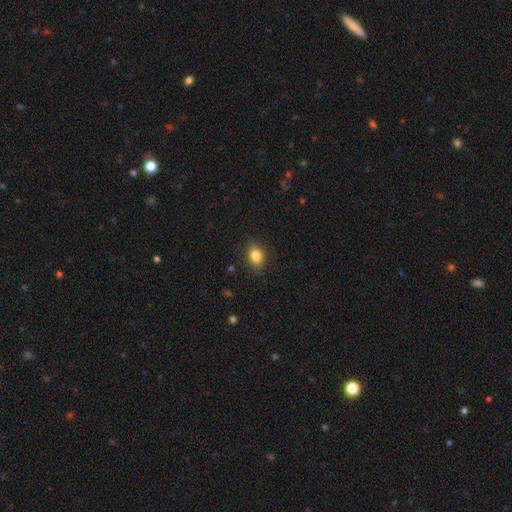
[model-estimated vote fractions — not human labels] A smooth galaxy with no disk features (84%) that is in between round and cigar-shaped (65%).

Vote fractions:
- Smooth or featured? smooth: 84% / star or artifact: 10% / featured or disk: 6%
- How rounded? in between: 65% / round: 34% / cigar-shaped: 1%
- Merging? none: 85% / minor disturbance: 11% / major disturbance: 3% / merger: 1%